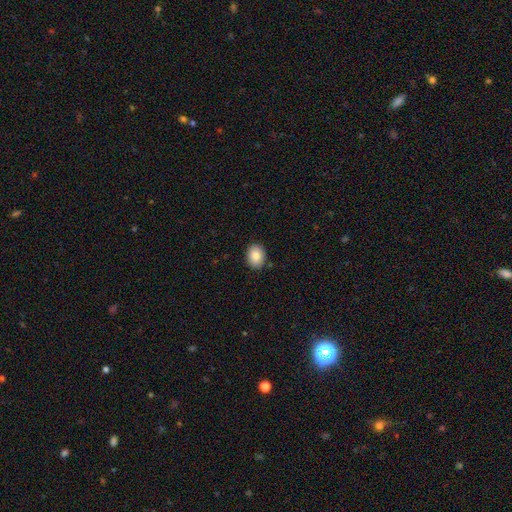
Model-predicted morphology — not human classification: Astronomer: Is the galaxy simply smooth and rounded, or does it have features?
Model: smooth — 87%.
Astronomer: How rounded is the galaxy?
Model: in between — 62%.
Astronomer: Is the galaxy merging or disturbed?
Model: none — 90%.